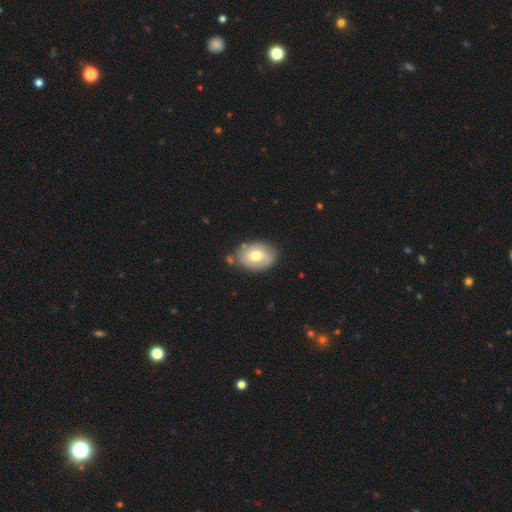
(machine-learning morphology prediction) A smooth galaxy with no disk features (58%) that is in between round and cigar-shaped (78%). Merging: none (73%).